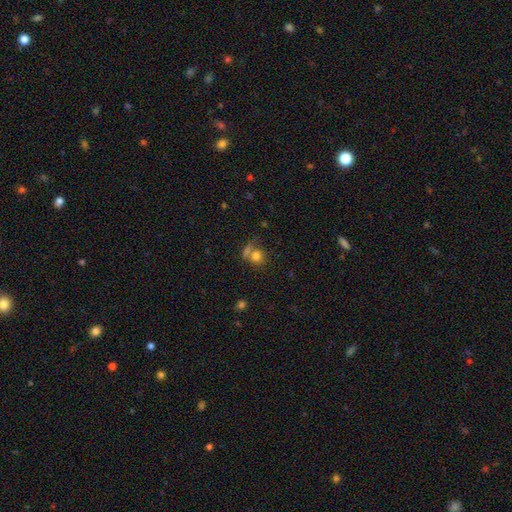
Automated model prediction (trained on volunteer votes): Smooth or featured? smooth (78%)
How rounded? round (82%)
Merging? none (53%)